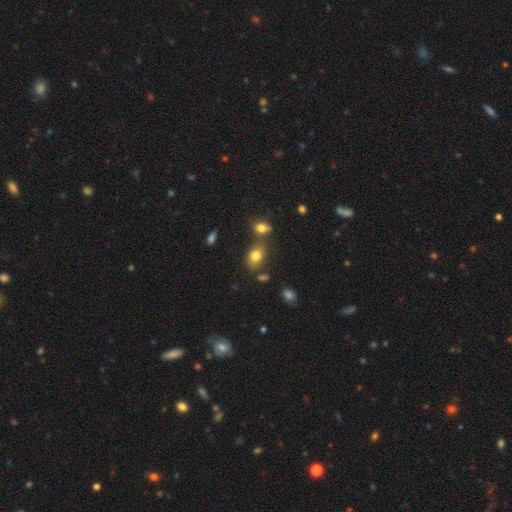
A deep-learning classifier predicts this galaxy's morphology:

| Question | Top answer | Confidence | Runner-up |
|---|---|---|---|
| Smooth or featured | smooth | 79% | star or artifact (11%) |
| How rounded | in between | 77% | round (22%) |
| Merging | none | 65% | merger (17%) |